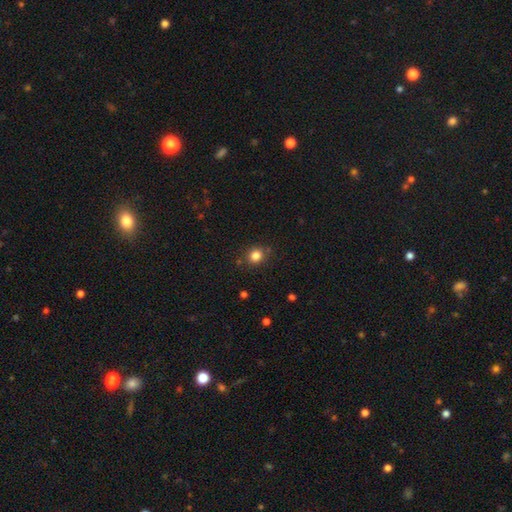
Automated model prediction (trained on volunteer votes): A smooth galaxy with no disk features (83%) that is round (77%).

Vote fractions:
- Smooth or featured? smooth: 83% / star or artifact: 12% / featured or disk: 5%
- How rounded? round: 77% / in between: 22% / cigar-shaped: 1%
- Merging? none: 81% / minor disturbance: 12% / major disturbance: 3% / merger: 3%